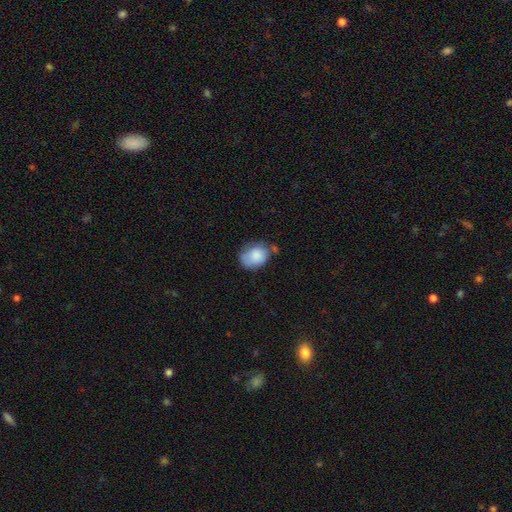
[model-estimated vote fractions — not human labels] smooth_or_featured: smooth (p=0.84) [alt: featured or disk p=0.08]
how_rounded: in between (p=0.63) [alt: round p=0.36]
merging: none (p=0.50) [alt: minor disturbance p=0.32]